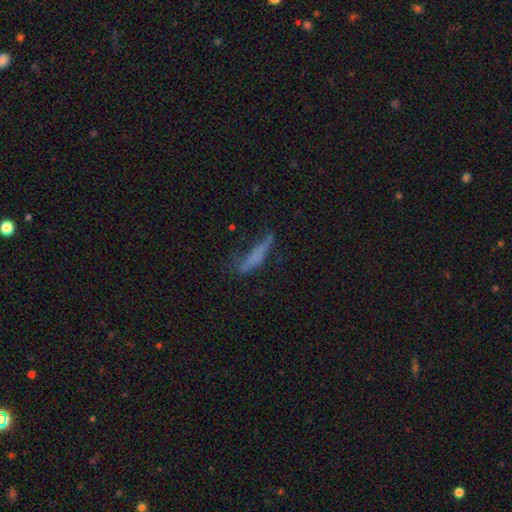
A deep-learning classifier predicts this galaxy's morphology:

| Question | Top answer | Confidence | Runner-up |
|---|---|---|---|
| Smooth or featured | smooth | 62% | featured or disk (27%) |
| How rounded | cigar-shaped | 89% | in between (9%) |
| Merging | none | 53% | minor disturbance (28%) |